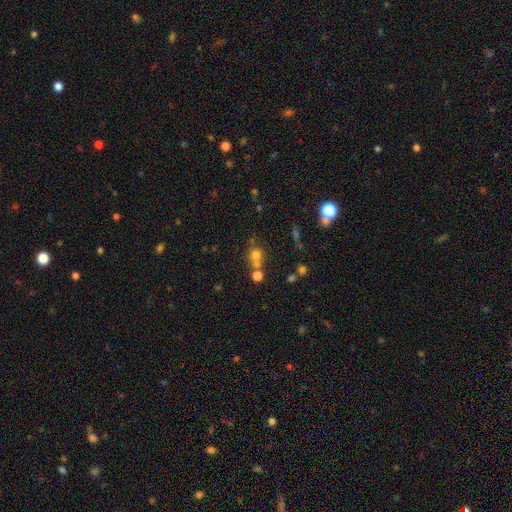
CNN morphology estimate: This is likely a smooth galaxy (66%). How rounded: clearly round (86%). Merging: possibly none (51%).